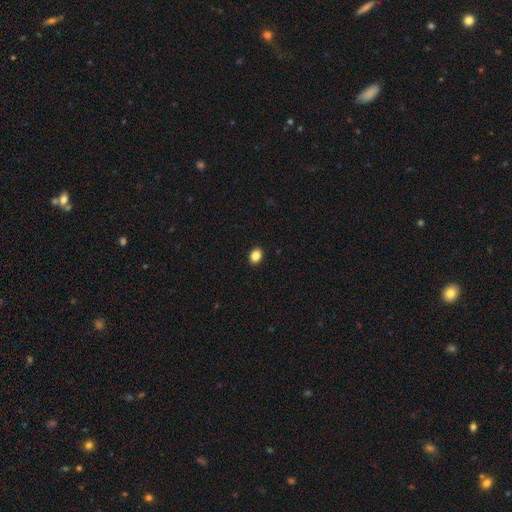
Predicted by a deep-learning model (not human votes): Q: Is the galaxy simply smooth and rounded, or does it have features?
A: smooth — 86%.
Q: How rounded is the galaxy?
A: in between — 62%.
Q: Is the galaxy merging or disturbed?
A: none — 91%.